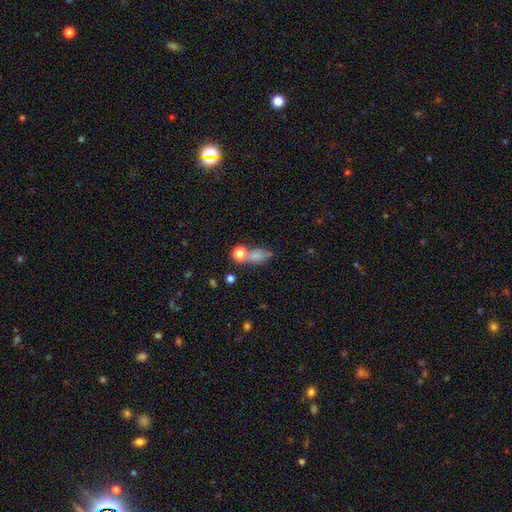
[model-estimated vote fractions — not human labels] This appears to be a smooth galaxy with no disk features (74%) that is in between round and cigar-shaped (68%). Merging: none (48%).